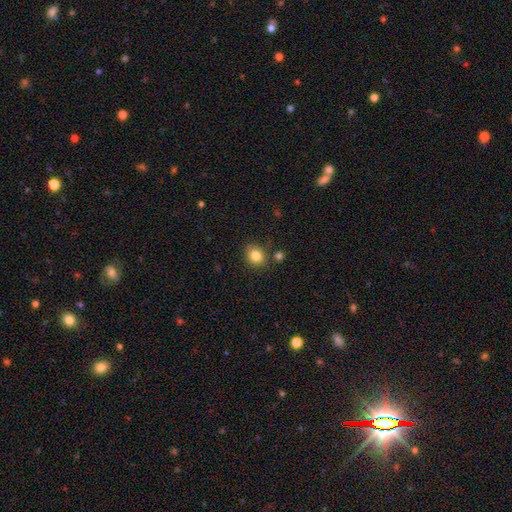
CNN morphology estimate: Smooth or featured? smooth (84%)
How rounded? round (61%)
Merging? none (80%)